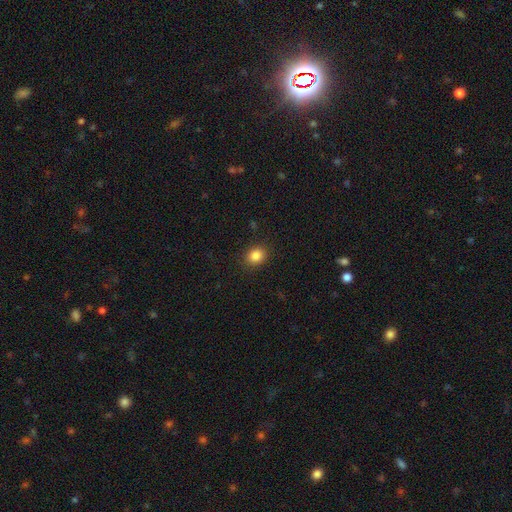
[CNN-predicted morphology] Smooth or featured: smooth — 85% (star or artifact — 10%)
How rounded: round — 61% (in between — 39%)
Merging: none — 89% (minor disturbance — 8%)